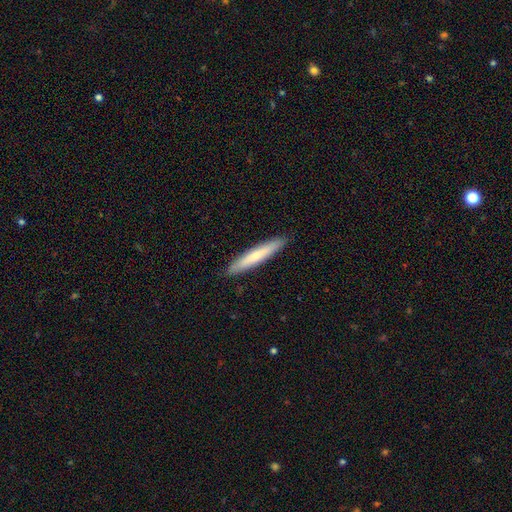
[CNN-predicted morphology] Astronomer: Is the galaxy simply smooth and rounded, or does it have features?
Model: smooth — 65%.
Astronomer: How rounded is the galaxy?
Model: cigar-shaped — 95%.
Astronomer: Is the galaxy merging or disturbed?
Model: none — 92%.